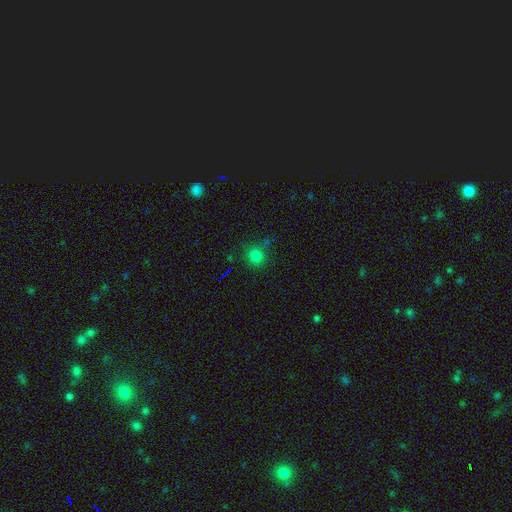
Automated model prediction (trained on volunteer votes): Q: Smooth or featured?
A: smooth (76%); runner-up: star or artifact (18%)
Q: How rounded?
A: round (89%); runner-up: in between (10%)
Q: Merging?
A: none (71%); runner-up: minor disturbance (15%)